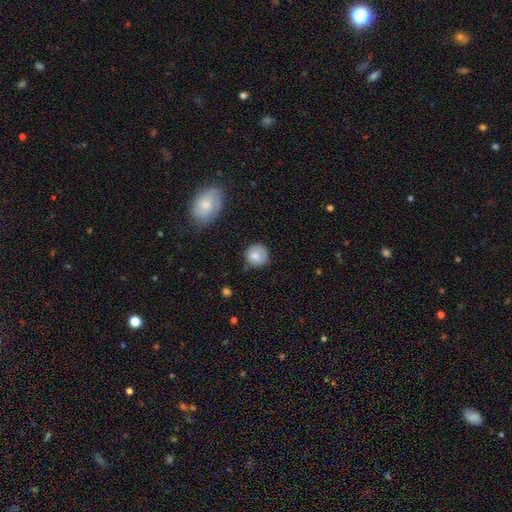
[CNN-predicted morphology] This appears to be a smooth galaxy with no disk features (82%) that is round (89%). Merging: none (75%).